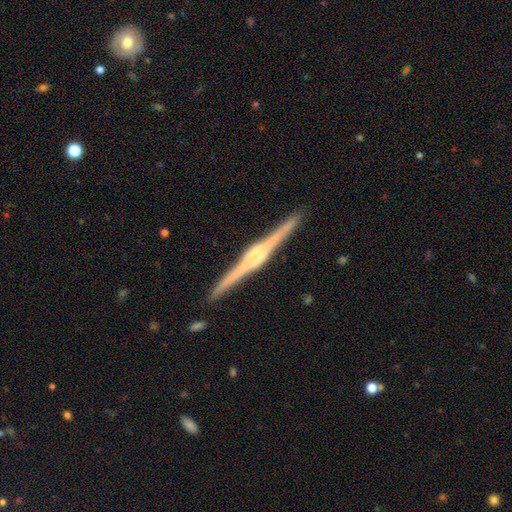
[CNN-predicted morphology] This appears to be a featured or disk galaxy (89%) viewed edge-on (99%) with a rounded central bulge (48%). Merging: none (92%).